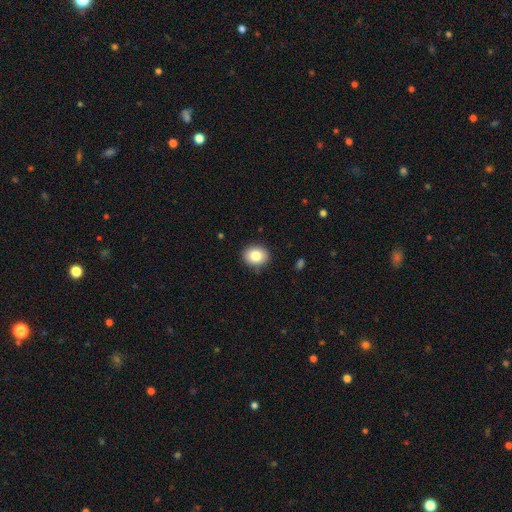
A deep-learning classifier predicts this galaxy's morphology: Q: Smooth or featured?
A: smooth (84%); runner-up: star or artifact (8%)
Q: How rounded?
A: round (58%); runner-up: in between (41%)
Q: Merging?
A: none (88%); runner-up: minor disturbance (9%)